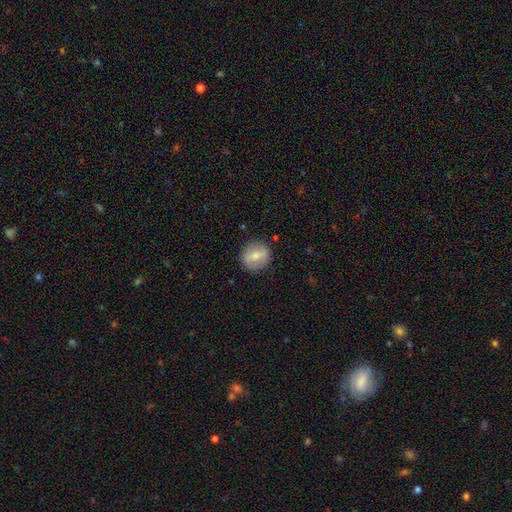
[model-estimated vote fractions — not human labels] Smooth or featured: smooth — 61% (featured or disk — 31%)
How rounded: round — 87% (in between — 11%)
Merging: none — 87% (minor disturbance — 9%)